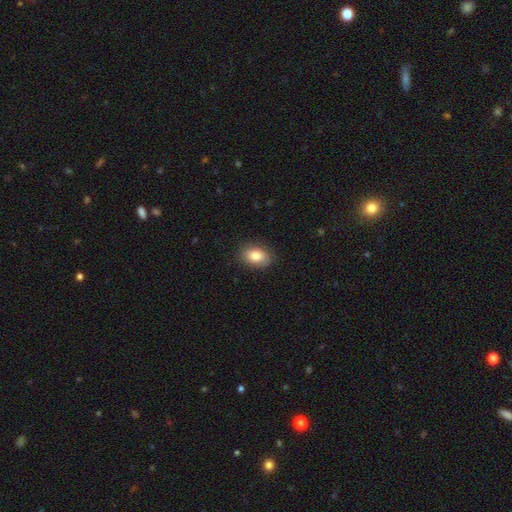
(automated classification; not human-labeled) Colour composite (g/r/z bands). It shows a smooth galaxy with no disk features (84%) that is in between round and cigar-shaped (82%). Merging: none (85%).